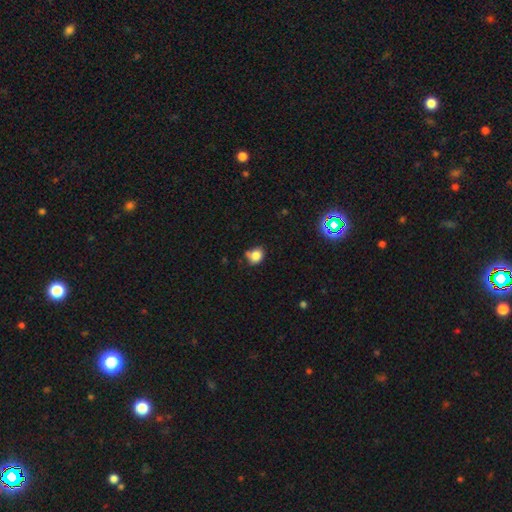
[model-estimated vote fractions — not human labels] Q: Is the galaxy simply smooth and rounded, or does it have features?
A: smooth — 81%.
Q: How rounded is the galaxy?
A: round — 61%.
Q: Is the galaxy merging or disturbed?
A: none — 56%.